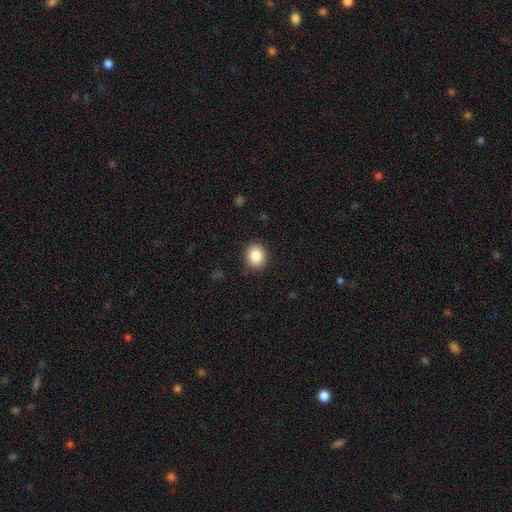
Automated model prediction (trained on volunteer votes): The model was most divided on "how rounded": round: 70%, in between: 29%, cigar-shaped: 1%. More confident: merging — none (88%); smooth or featured — smooth (86%).